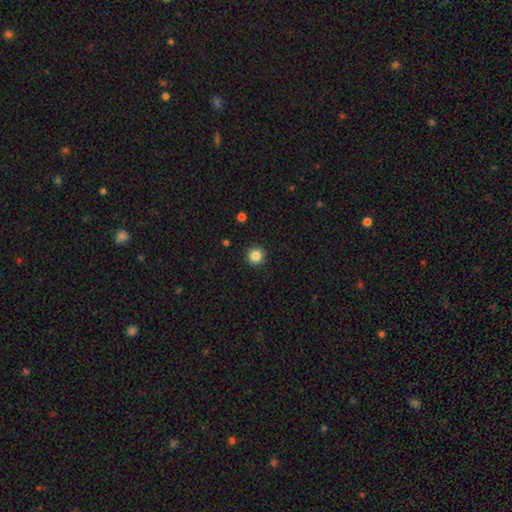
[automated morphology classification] smooth-or-featured: smooth: 86% | star or artifact: 10% | featured or disk: 4%
  how-rounded: round: 96% | in between: 3% | cigar-shaped: 1%
  merging: none: 93% | minor disturbance: 5% | major disturbance: 2% | merger: 1%